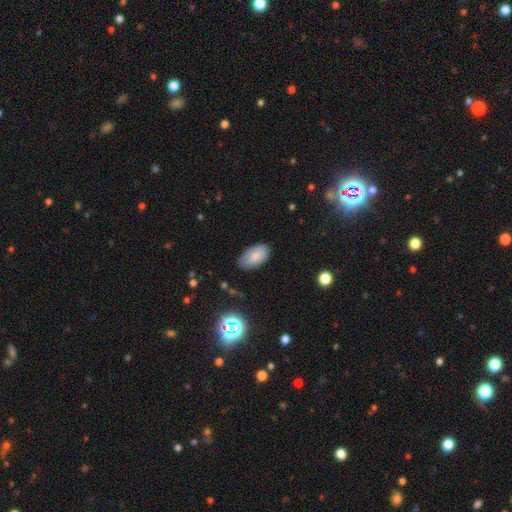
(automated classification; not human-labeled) smooth_or_featured: smooth (p=0.81) [alt: featured or disk p=0.11]
how_rounded: in between (p=0.95) [alt: round p=0.04]
merging: none (p=0.79) [alt: minor disturbance p=0.17]